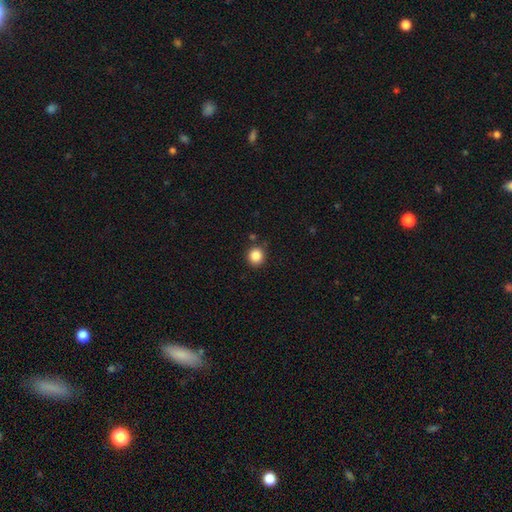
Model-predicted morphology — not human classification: A smooth galaxy with no disk features (86%) that is round (91%).

Vote fractions:
- Smooth or featured? smooth: 86% / star or artifact: 11% / featured or disk: 3%
- How rounded? round: 91% / in between: 8% / cigar-shaped: 1%
- Merging? none: 86% / minor disturbance: 8% / merger: 3% / major disturbance: 2%